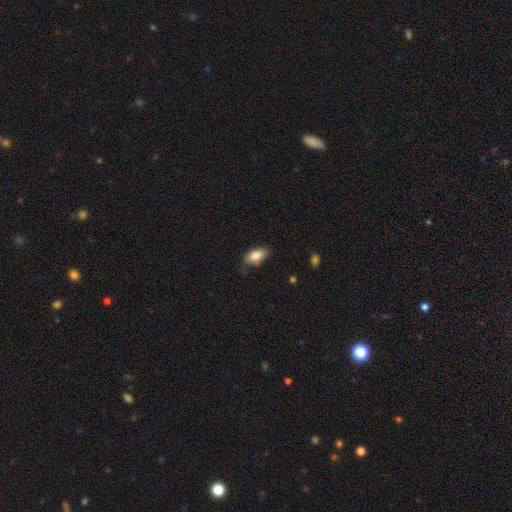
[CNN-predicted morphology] Q: Smooth or featured?
A: smooth (84%); runner-up: featured or disk (9%)
Q: How rounded?
A: in between (90%); runner-up: cigar-shaped (6%)
Q: Merging?
A: none (73%); runner-up: minor disturbance (22%)